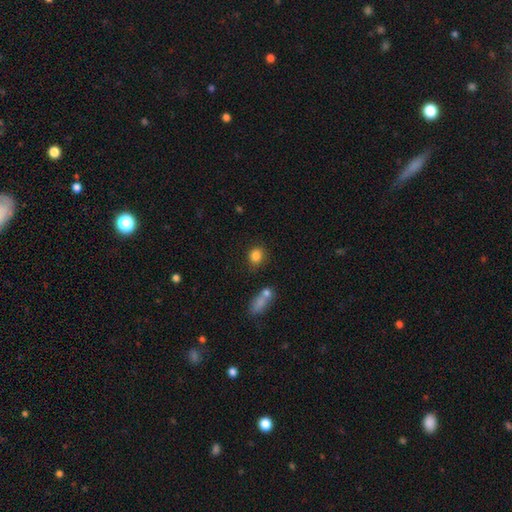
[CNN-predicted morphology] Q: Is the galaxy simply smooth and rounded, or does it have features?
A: smooth — 85%.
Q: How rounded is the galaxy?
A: round — 66%.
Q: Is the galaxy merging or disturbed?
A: none — 75%.